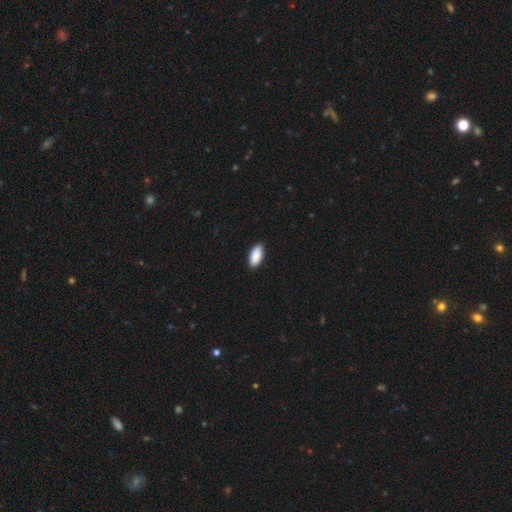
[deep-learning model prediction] Overall: smooth (91%). How rounded: in between (91%). Merging: none (88%).